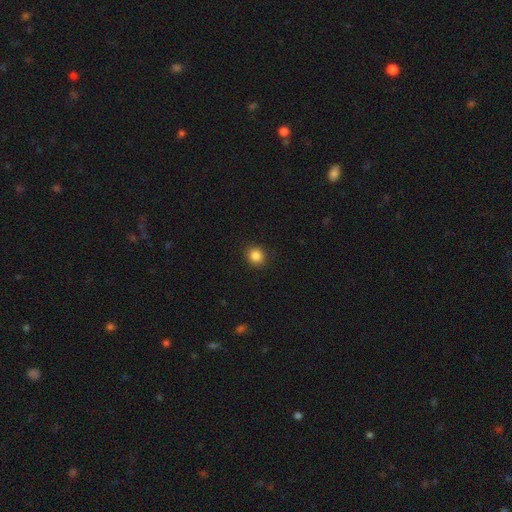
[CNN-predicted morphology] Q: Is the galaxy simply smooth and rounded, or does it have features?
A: smooth — 86%.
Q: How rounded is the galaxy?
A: round — 84%.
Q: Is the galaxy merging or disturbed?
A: none — 90%.